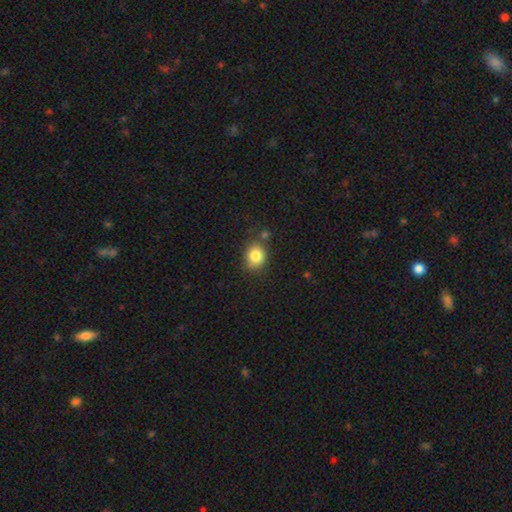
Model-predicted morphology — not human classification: A smooth galaxy with no disk features (83%) that is round (64%).

Vote fractions:
- Smooth or featured? smooth: 83% / star or artifact: 10% / featured or disk: 7%
- How rounded? round: 64% / in between: 35% / cigar-shaped: 1%
- Merging? none: 74% / minor disturbance: 14% / merger: 8% / major disturbance: 4%